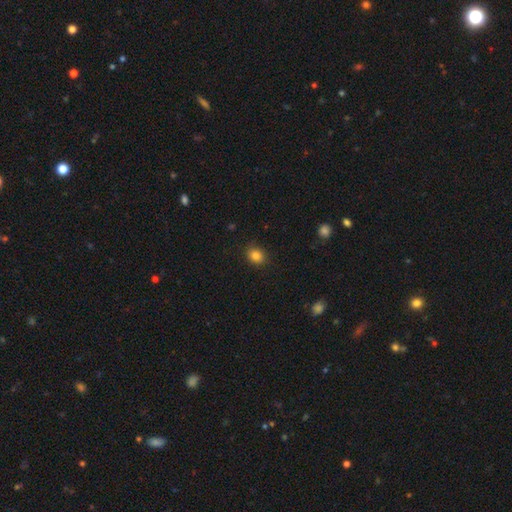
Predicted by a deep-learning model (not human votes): smooth-or-featured: smooth: 84% | star or artifact: 11% | featured or disk: 5%
  how-rounded: round: 62% | in between: 37% | cigar-shaped: 1%
  merging: none: 87% | minor disturbance: 10% | major disturbance: 2% | merger: 1%